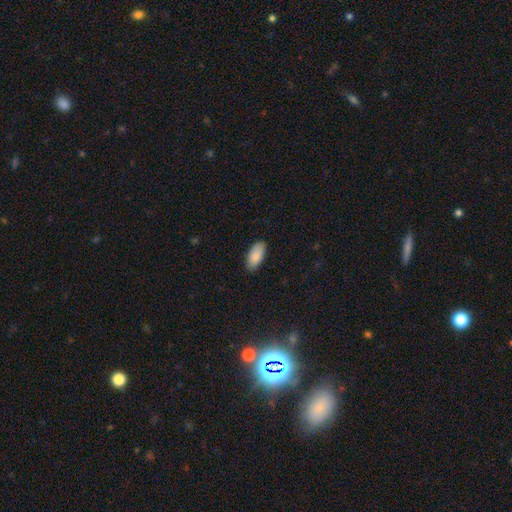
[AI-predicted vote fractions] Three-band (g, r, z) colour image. It shows a smooth galaxy with no disk features (89%) that is in between round and cigar-shaped (90%). Merging: none (87%).